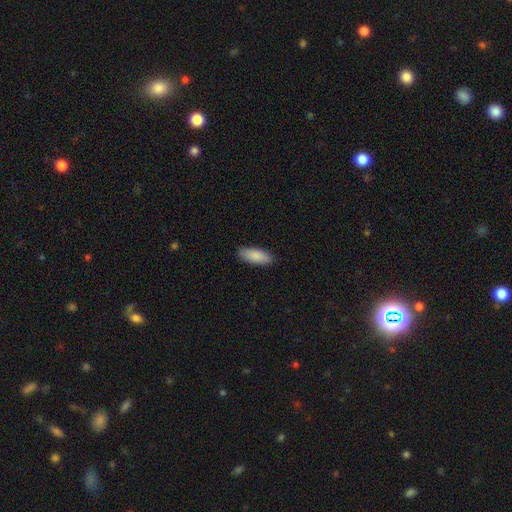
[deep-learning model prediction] Q: Smooth or featured?
A: smooth (89%); runner-up: featured or disk (6%)
Q: How rounded?
A: in between (75%); runner-up: cigar-shaped (24%)
Q: Merging?
A: none (89%); runner-up: minor disturbance (8%)